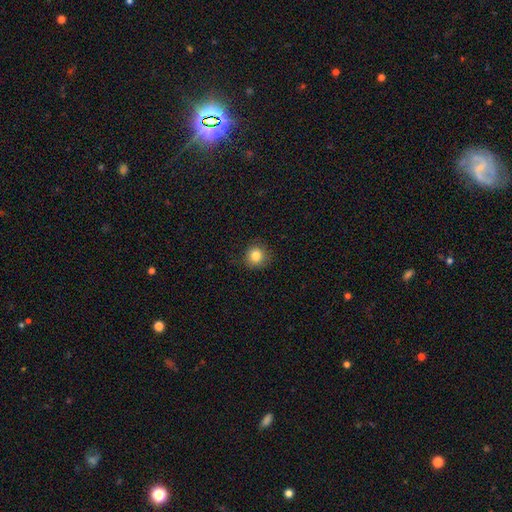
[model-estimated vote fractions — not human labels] The model was most divided on "smooth or featured": smooth: 83%, star or artifact: 11%, featured or disk: 6%. More confident: how rounded — round (92%); merging — none (85%).